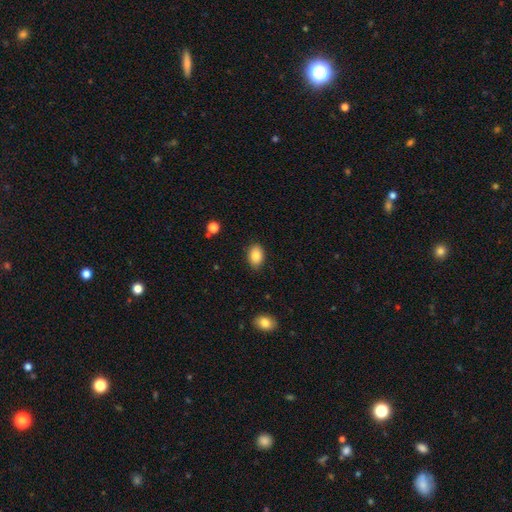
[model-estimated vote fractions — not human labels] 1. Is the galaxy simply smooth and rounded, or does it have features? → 85% smooth, 8% star or artifact, 7% featured or disk.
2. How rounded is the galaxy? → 84% in between, 14% round, 1% cigar-shaped.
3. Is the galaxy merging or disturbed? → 87% none, 10% minor disturbance, 2% major disturbance, 1% merger.